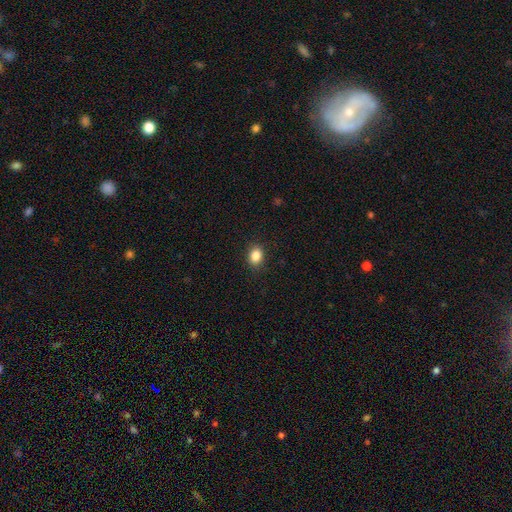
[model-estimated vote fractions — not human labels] Morphology: type=smooth (86%); roundness=in between (58%); merging=none (89%).